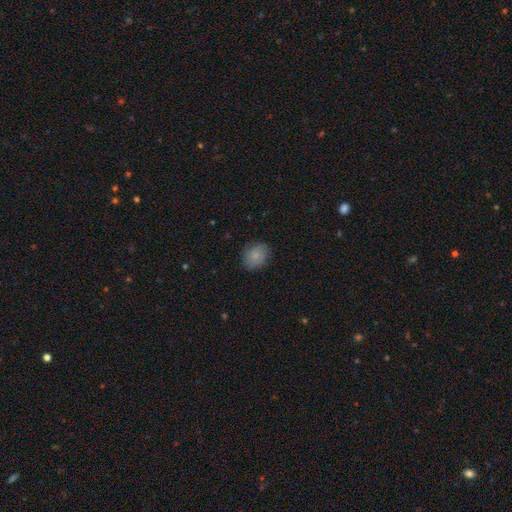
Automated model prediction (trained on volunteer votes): Overall: smooth (77%). How rounded: in between (54%; round 45%). Merging: none (80%).